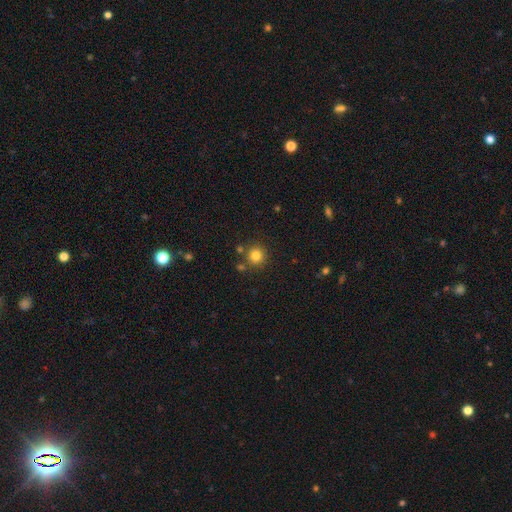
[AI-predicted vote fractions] A smooth galaxy with no disk features (82%) that is round (93%).

Vote fractions:
- Smooth or featured? smooth: 82% / star or artifact: 13% / featured or disk: 6%
- How rounded? round: 93% / in between: 6% / cigar-shaped: 1%
- Merging? none: 83% / minor disturbance: 8% / merger: 7% / major disturbance: 3%